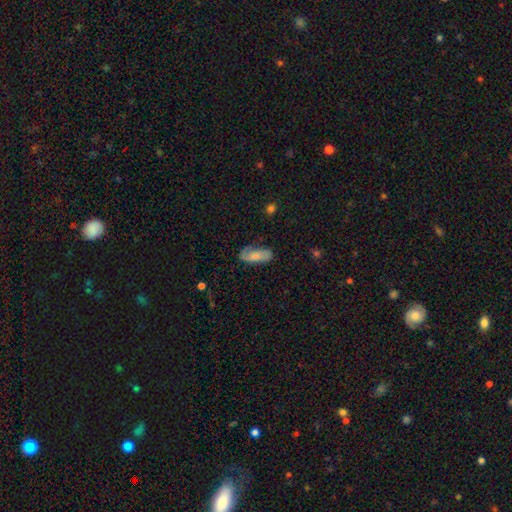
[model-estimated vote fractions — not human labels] Overall: smooth (62%; featured or disk 31%). How rounded: in between (79%). Merging: none (63%; minor disturbance 25%).